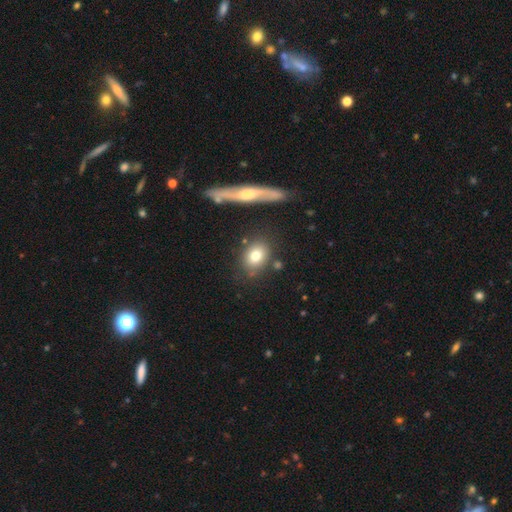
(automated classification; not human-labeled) A smooth galaxy with no disk features (77%) that is in between round and cigar-shaped (54%).

Vote fractions:
- Smooth or featured? smooth: 77% / featured or disk: 14% / star or artifact: 9%
- How rounded? in between: 54% / round: 43% / cigar-shaped: 3%
- Merging? none: 76% / minor disturbance: 12% / merger: 8% / major disturbance: 4%